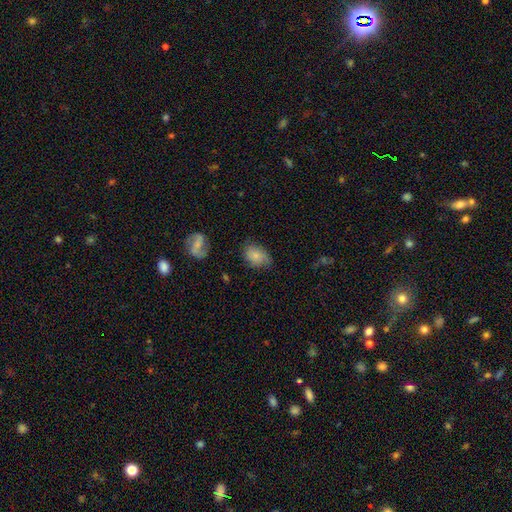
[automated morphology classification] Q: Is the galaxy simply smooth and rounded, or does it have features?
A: smooth — 67%.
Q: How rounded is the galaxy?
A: in between — 76%.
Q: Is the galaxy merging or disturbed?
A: none — 59%.